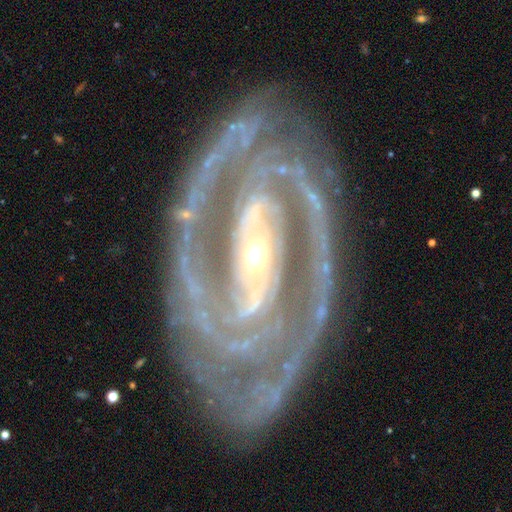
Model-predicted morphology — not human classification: Smooth or featured? featured or disk (94%)
Edge-on disk? no (97%)
Bar? strong (54%)
Spiral arms? yes (98%)
Spiral winding? tight (49%)
Spiral arm count? 2 (59%)
Bulge size? small (53%)
Merging? none (69%)